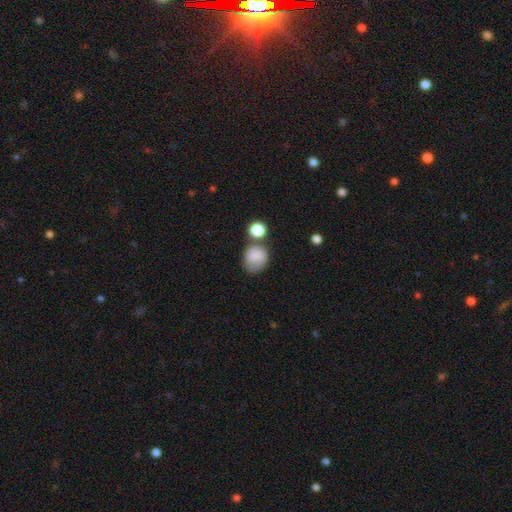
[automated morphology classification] The model was most divided on "merging": none: 51%, minor disturbance: 24%, merger: 14%, major disturbance: 11%. More confident: smooth or featured — smooth (78%); how rounded — round (66%).